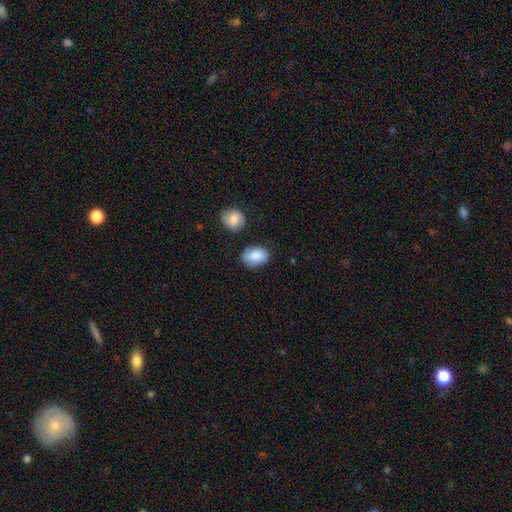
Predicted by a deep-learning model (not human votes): Q: Smooth or featured?
A: smooth (84%); runner-up: featured or disk (9%)
Q: How rounded?
A: in between (77%); runner-up: round (22%)
Q: Merging?
A: none (70%); runner-up: minor disturbance (20%)